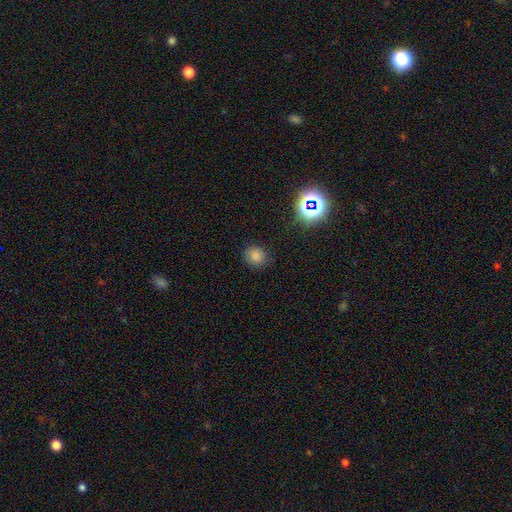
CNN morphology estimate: Smooth or featured: smooth — 79% (star or artifact — 16%)
How rounded: round — 80% (in between — 19%)
Merging: none — 85% (minor disturbance — 10%)